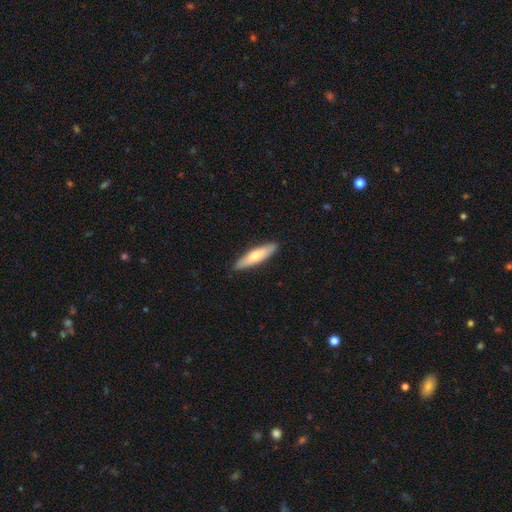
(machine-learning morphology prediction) Smooth or featured: smooth — 63% (featured or disk — 32%)
How rounded: cigar-shaped — 73% (in between — 26%)
Merging: none — 89% (minor disturbance — 8%)